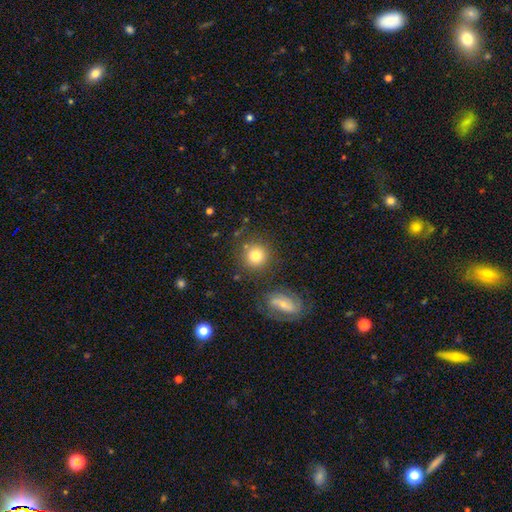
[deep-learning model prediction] A smooth galaxy with no disk features (81%) that is round (91%). Merging: none (80%).